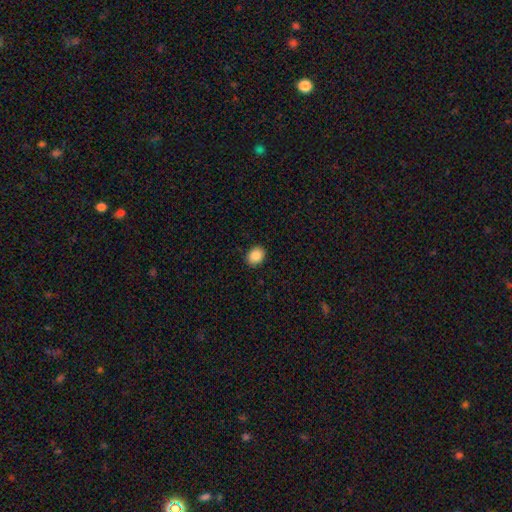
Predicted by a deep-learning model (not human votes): This appears to be a smooth galaxy with no disk features (88%) that is in between round and cigar-shaped (51%). Merging: none (90%).